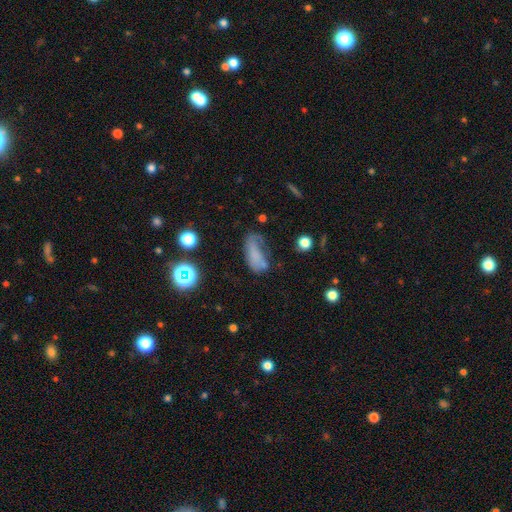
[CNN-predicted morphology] This appears to be a smooth galaxy with no disk features (61%) that is in between round and cigar-shaped (79%). Merging: none (32%).